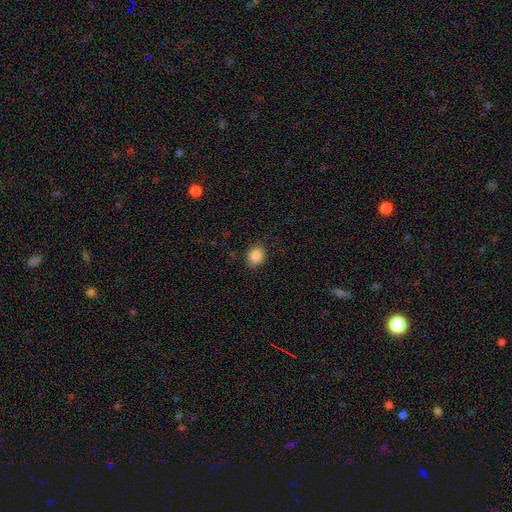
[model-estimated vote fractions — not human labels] Smooth or featured? Predicted: smooth (p=0.87). How rounded? Predicted: round (p=0.54). Merging? Predicted: none (p=0.84).